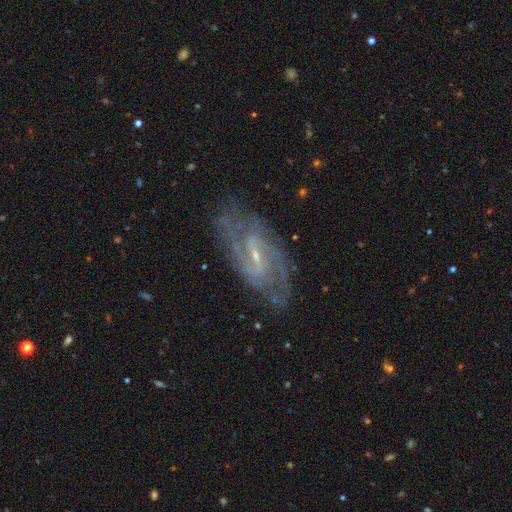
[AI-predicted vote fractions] featured or disk 88%, star or artifact 7%, smooth 5%. Down the decision tree: edge-on disk — no (95%); bar — weak (55%); spiral arms — yes (97%); spiral arm count — 2 (67%); spiral winding — medium (51%); bulge size — small (75%); merging — none (78%).